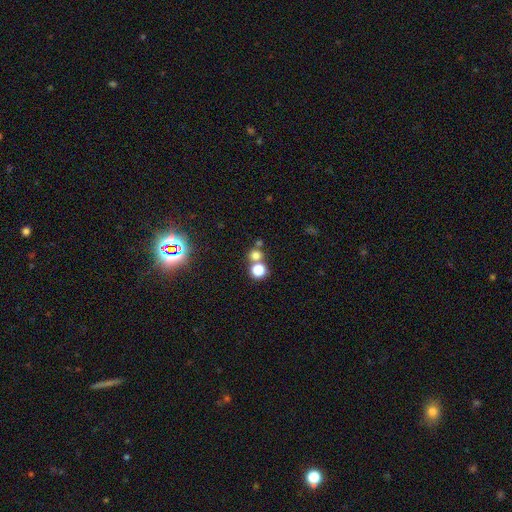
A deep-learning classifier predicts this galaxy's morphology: Q: Smooth or featured?
A: smooth (72%); runner-up: star or artifact (20%)
Q: How rounded?
A: round (87%); runner-up: in between (12%)
Q: Merging?
A: none (57%); runner-up: merger (34%)